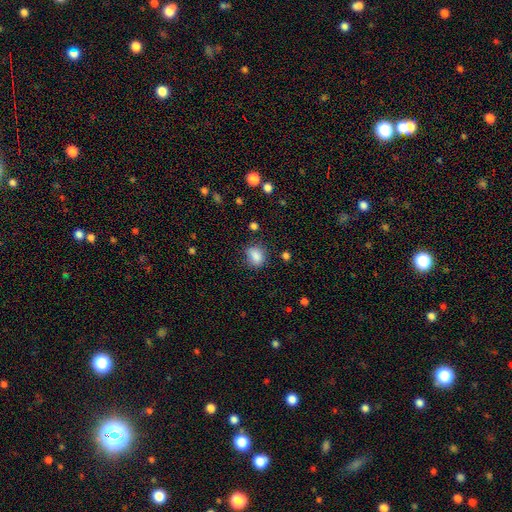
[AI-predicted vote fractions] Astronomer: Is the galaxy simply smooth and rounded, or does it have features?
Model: smooth — 85%.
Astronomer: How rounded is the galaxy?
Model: round — 52% (runner-up: in between, 46%).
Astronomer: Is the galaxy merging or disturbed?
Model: none — 71%.